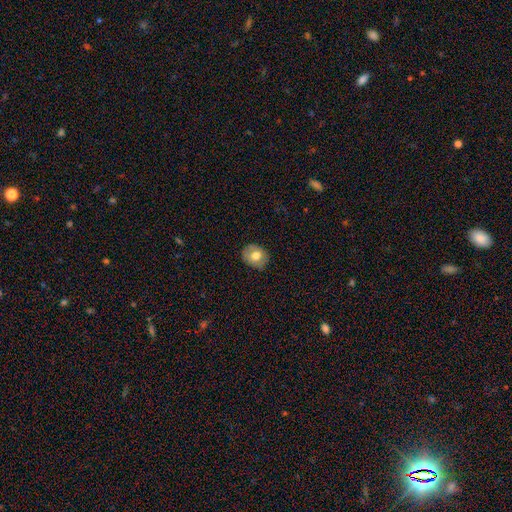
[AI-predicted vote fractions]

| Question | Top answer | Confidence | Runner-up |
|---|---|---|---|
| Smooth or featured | smooth | 71% | featured or disk (21%) |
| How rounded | round | 60% | in between (39%) |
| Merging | none | 82% | minor disturbance (14%) |